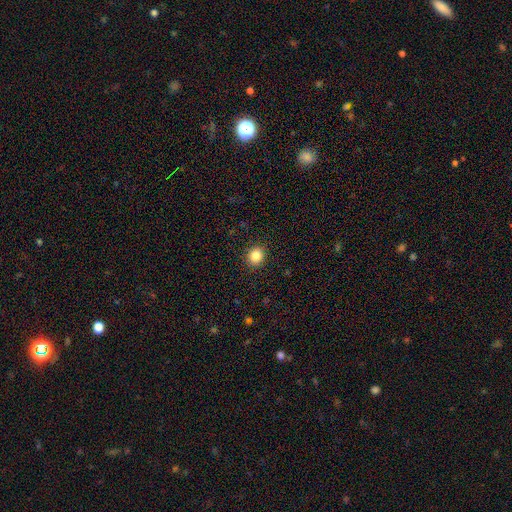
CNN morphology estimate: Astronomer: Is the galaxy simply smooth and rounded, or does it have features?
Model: smooth — 84%.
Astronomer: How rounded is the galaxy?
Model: round — 86%.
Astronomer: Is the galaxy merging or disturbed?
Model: none — 91%.